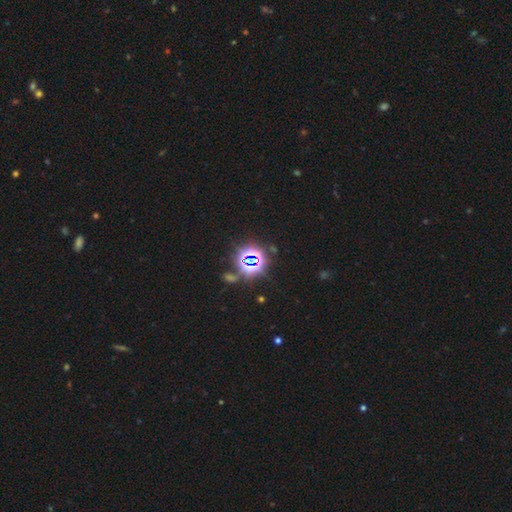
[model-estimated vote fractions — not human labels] The model was most divided on "smooth or featured": star or artifact: 77%, smooth: 15%, featured or disk: 8%.